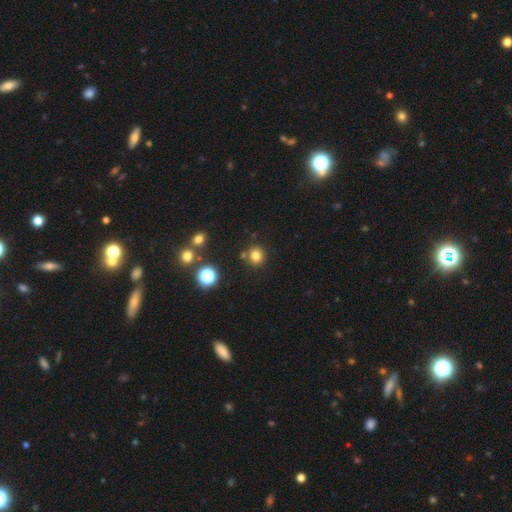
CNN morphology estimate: smooth 78%, star or artifact 16%, featured or disk 6%. Down the decision tree: how rounded — round (89%); merging — none (81%).